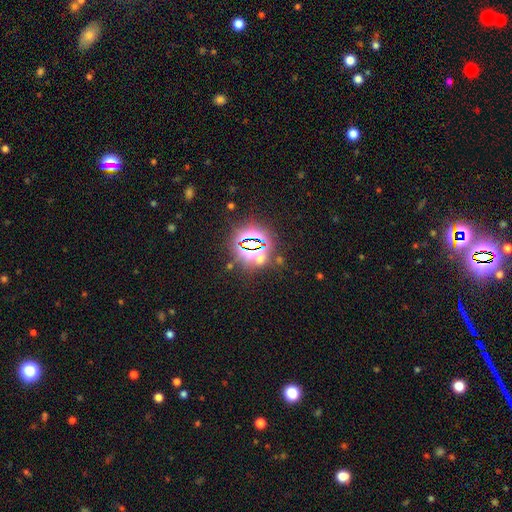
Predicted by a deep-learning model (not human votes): The model was most divided on "smooth or featured": star or artifact: 74%, smooth: 18%, featured or disk: 9%.